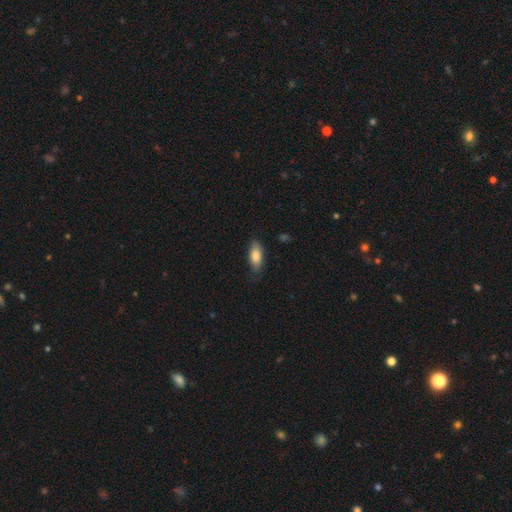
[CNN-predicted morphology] A smooth galaxy with no disk features (80%) that is in between round and cigar-shaped (82%).

Vote fractions:
- Smooth or featured? smooth: 80% / featured or disk: 14% / star or artifact: 6%
- How rounded? in between: 82% / cigar-shaped: 16% / round: 2%
- Merging? none: 72% / minor disturbance: 23% / major disturbance: 4% / merger: 1%